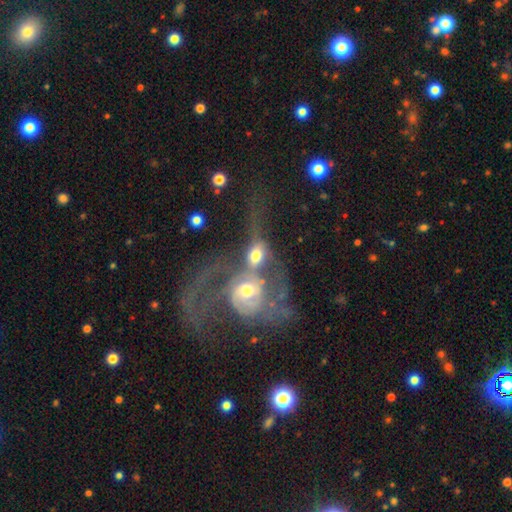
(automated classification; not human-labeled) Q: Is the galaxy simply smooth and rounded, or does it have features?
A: featured or disk — 70%.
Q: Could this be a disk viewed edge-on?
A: no — 91%.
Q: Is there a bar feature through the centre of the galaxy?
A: no — 67%.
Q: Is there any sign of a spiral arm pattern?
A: yes — 76%.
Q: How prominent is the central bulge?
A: moderate — 59%.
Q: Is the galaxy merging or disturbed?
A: merger — 70%.